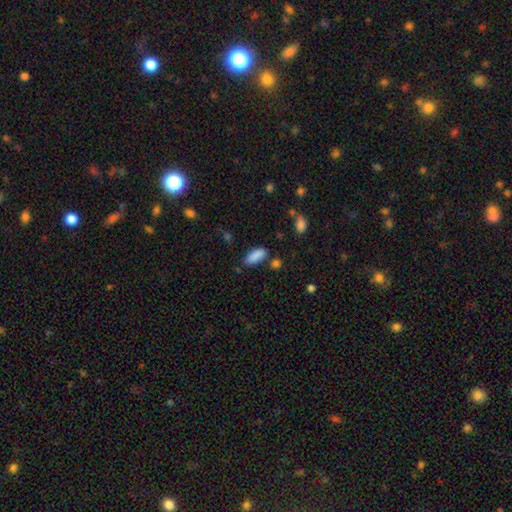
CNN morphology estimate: A smooth galaxy with no disk features (88%) that is in between round and cigar-shaped (77%).

Vote fractions:
- Smooth or featured? smooth: 88% / star or artifact: 7% / featured or disk: 5%
- How rounded? in between: 77% / cigar-shaped: 21% / round: 2%
- Merging? none: 75% / minor disturbance: 16% / merger: 5% / major disturbance: 4%